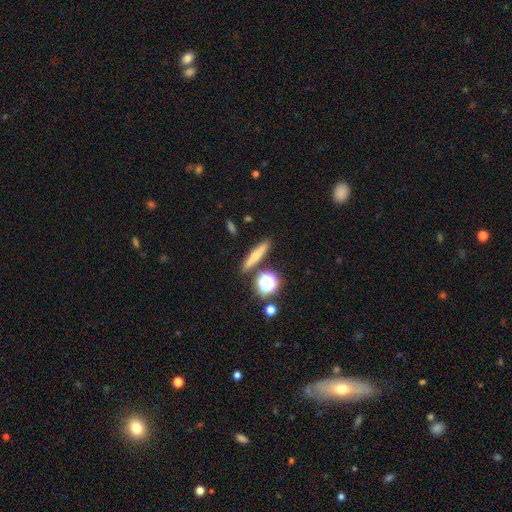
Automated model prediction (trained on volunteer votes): A smooth galaxy with no disk features (58%) that is cigar-shaped (68%).

Vote fractions:
- Smooth or featured? smooth: 58% / featured or disk: 29% / star or artifact: 13%
- How rounded? cigar-shaped: 68% / round: 16% / in between: 15%
- Merging? none: 85% / minor disturbance: 8% / merger: 5% / major disturbance: 2%